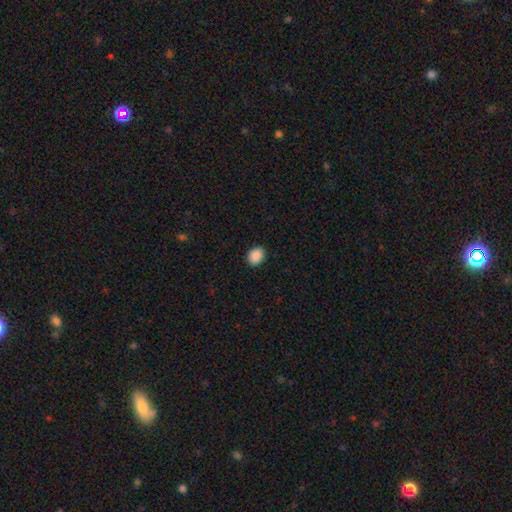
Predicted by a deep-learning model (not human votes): smooth 89%, star or artifact 8%, featured or disk 3%. Down the decision tree: how rounded — in between (56%); merging — none (90%).